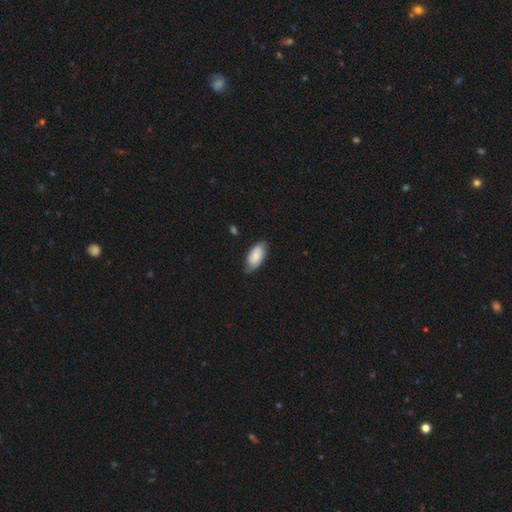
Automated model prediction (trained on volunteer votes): smooth-or-featured: smooth: 80% | featured or disk: 14% | star or artifact: 6%
  how-rounded: in between: 92% | cigar-shaped: 6% | round: 2%
  merging: none: 75% | minor disturbance: 21% | major disturbance: 3% | merger: 1%